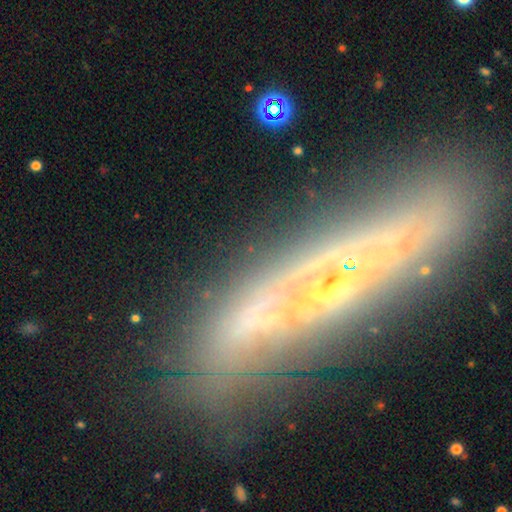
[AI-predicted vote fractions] A featured or disk galaxy (70%) viewed edge-on (61%). Merging: none (74%).